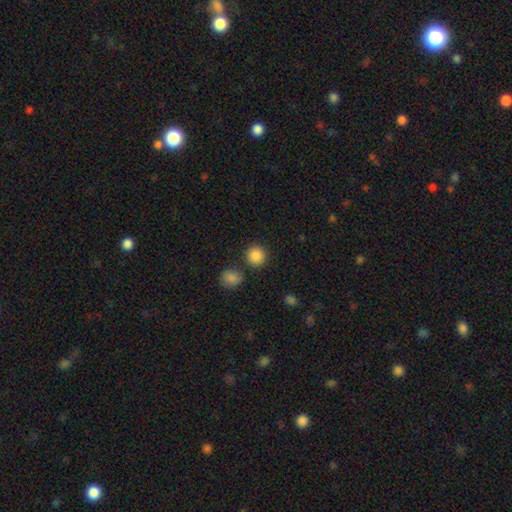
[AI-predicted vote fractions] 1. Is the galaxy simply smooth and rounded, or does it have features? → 87% smooth, 9% star or artifact, 3% featured or disk.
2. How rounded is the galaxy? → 92% round, 7% in between, 1% cigar-shaped.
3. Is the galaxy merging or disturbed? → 83% none, 8% minor disturbance, 7% merger, 3% major disturbance.